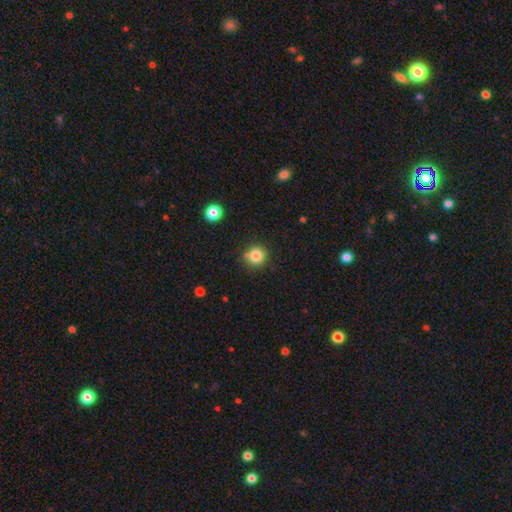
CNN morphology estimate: smooth-or-featured: smooth: 83% | star or artifact: 12% | featured or disk: 6%
  how-rounded: round: 91% | in between: 8% | cigar-shaped: 1%
  merging: none: 82% | minor disturbance: 11% | merger: 4% | major disturbance: 3%